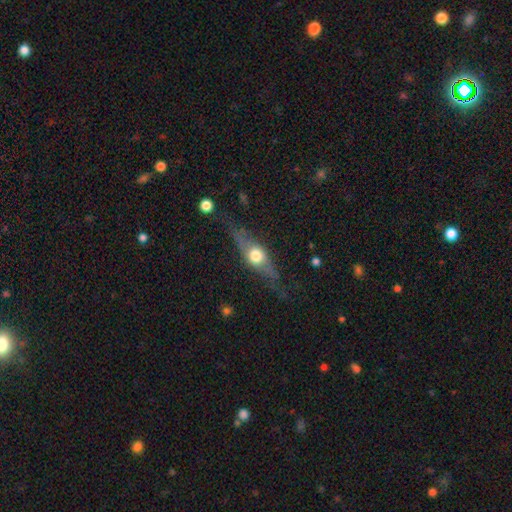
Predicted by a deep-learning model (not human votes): Q: Smooth or featured?
A: featured or disk (62%); runner-up: smooth (30%)
Q: Edge-on disk?
A: yes (88%); runner-up: no (12%)
Q: Edge-on bulge?
A: rounded (95%); runner-up: boxy (3%)
Q: Merging?
A: none (76%); runner-up: minor disturbance (15%)